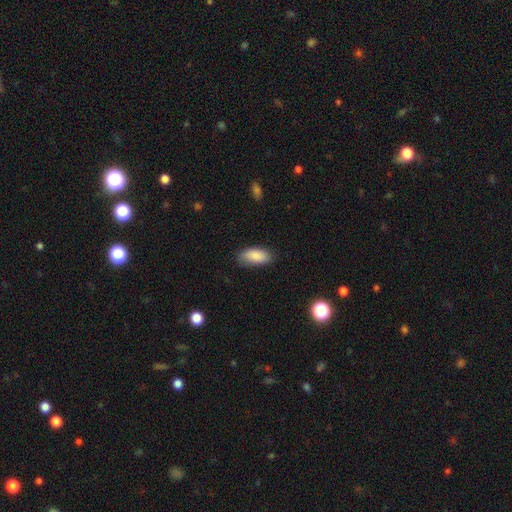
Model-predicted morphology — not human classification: Smooth or featured? smooth (88%)
How rounded? in between (87%)
Merging? none (80%)